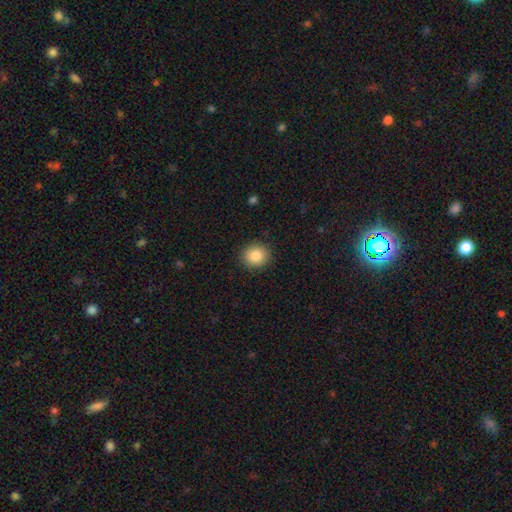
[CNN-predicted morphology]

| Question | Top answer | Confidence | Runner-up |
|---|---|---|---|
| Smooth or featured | smooth | 85% | star or artifact (9%) |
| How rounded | round | 85% | in between (14%) |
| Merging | none | 91% | minor disturbance (6%) |